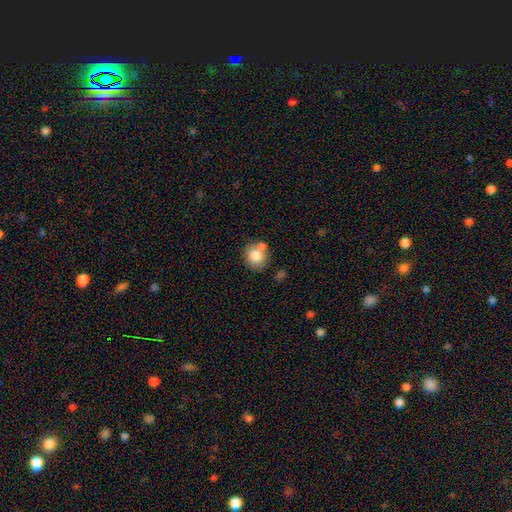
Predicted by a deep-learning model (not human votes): smooth_or_featured: smooth (p=0.78) [alt: featured or disk p=0.13]
how_rounded: round (p=0.76) [alt: in between p=0.24]
merging: none (p=0.59) [alt: merger p=0.25]